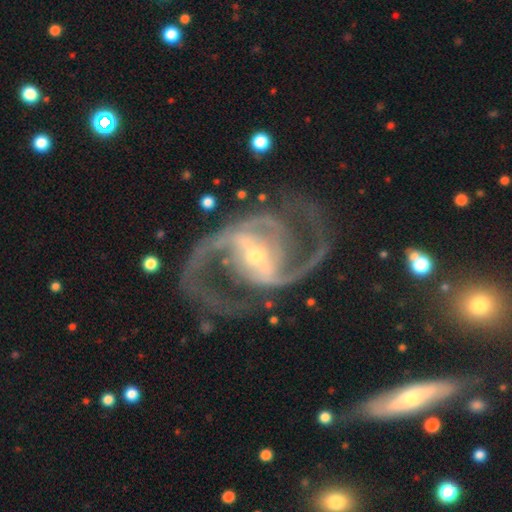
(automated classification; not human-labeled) smooth-or-featured: featured or disk: 92% | star or artifact: 5% | smooth: 3%
  disk-edge-on: no: 97% | yes: 3%
    bar: strong: 63% | weak: 26% | no: 11%
    has-spiral-arms: yes: 97% | no: 3%
      spiral-winding: medium: 62% | loose: 23% | tight: 15%
      spiral-arm-count: 2: 91% | 3: 3% | can't tell: 2% | 1: 1% | 4: 1% | more than 4: 1%
    bulge-size: small: 63% | moderate: 32% | large: 3% | none: 1% | dominant: 1%
  merging: none: 72% | minor disturbance: 13% | major disturbance: 12% | merger: 2%